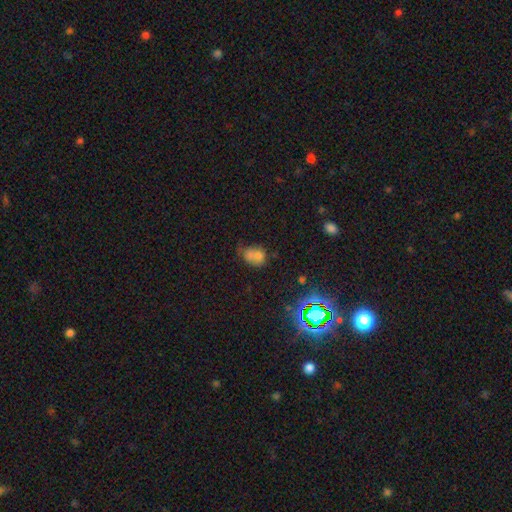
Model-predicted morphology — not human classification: This is likely a smooth galaxy (65%). How rounded: possibly round (50%). Merging: marginally merger (36%).